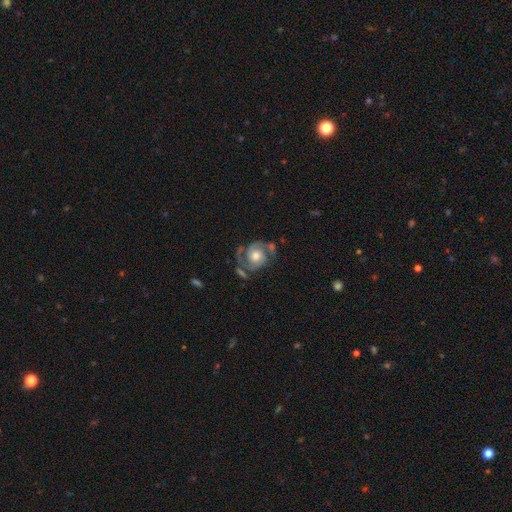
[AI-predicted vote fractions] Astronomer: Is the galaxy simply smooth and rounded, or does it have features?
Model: featured or disk — 88%.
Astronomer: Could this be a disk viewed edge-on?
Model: no — 98%.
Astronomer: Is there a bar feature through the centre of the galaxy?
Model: no — 74%.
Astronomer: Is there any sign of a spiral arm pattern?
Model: yes — 97%.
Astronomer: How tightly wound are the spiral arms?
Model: medium — 47% (runner-up: tight, 41%).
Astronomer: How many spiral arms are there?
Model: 2 — 91%.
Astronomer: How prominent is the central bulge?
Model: moderate — 65%.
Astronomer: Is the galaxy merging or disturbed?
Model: none — 64%.